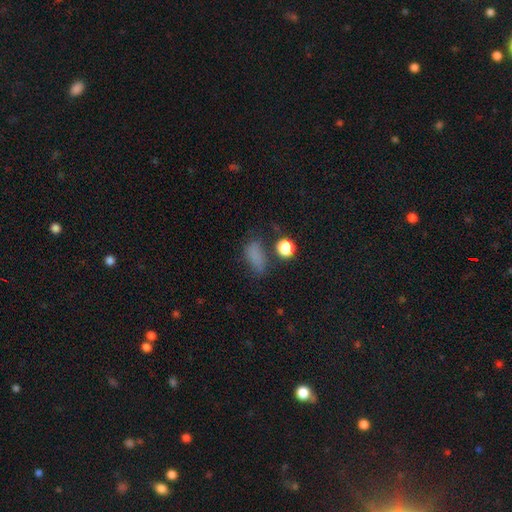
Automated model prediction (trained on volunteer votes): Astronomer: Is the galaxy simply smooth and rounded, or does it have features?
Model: smooth — 73%.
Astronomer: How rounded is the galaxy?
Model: in between — 78%.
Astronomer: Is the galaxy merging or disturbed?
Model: none — 55%.